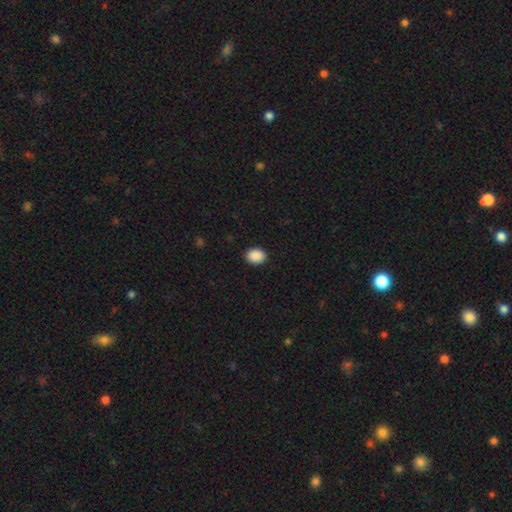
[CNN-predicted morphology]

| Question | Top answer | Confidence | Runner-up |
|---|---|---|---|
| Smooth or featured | smooth | 90% | star or artifact (8%) |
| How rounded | in between | 61% | round (38%) |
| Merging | none | 90% | minor disturbance (7%) |